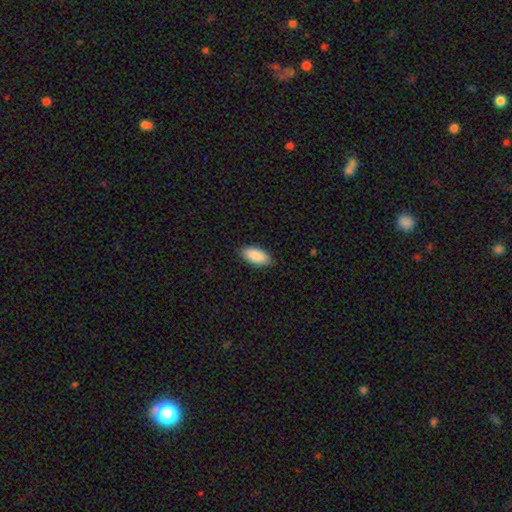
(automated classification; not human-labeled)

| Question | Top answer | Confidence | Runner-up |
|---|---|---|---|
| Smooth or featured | smooth | 90% | star or artifact (6%) |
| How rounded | in between | 92% | cigar-shaped (6%) |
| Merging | none | 88% | minor disturbance (9%) |